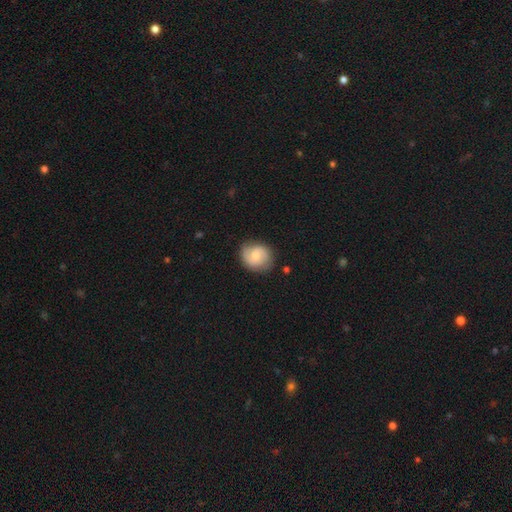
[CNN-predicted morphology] A featured or disk galaxy (49%). Merging: none (79%).